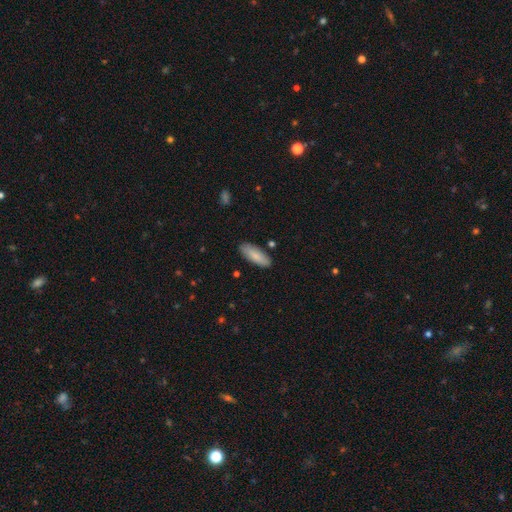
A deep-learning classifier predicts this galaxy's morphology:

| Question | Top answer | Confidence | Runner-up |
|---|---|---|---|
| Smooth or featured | smooth | 85% | featured or disk (9%) |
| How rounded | in between | 69% | cigar-shaped (30%) |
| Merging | none | 86% | minor disturbance (10%) |